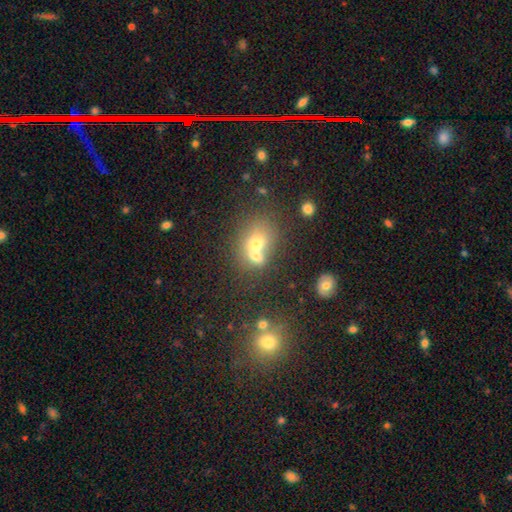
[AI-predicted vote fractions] Smooth or featured?
  - smooth: 63% *
  - featured or disk: 24%
  - star or artifact: 14%
How rounded?
  - round: 55% *
  - in between: 44%
  - cigar-shaped: 1%
Merging?
  - merger: 66% *
  - none: 22%
  - minor disturbance: 7%
  - major disturbance: 5%